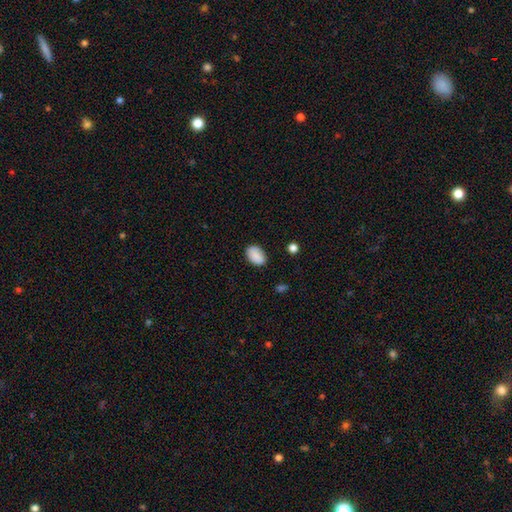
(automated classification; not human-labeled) This appears to be a smooth galaxy with no disk features (88%) that is in between round and cigar-shaped (88%). Merging: none (82%).